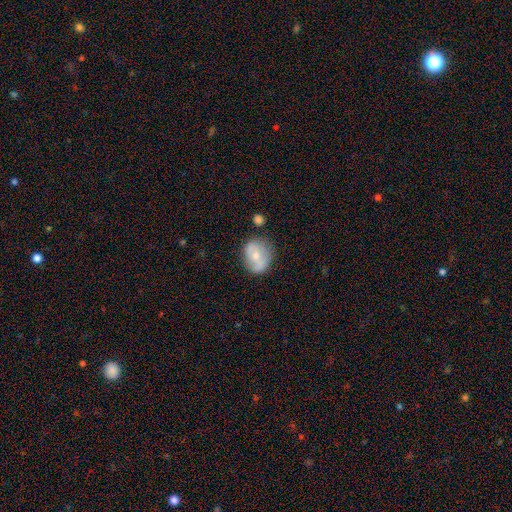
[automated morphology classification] Smooth or featured: smooth — 53% (featured or disk — 40%)
How rounded: round — 56% (in between — 43%)
Merging: none — 60% (minor disturbance — 25%)